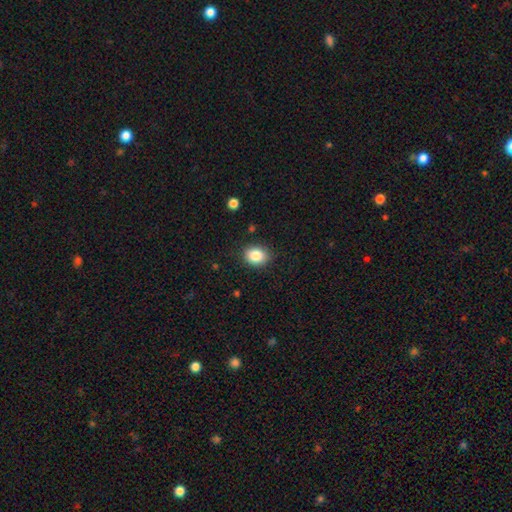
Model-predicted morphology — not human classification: smooth 85%, star or artifact 9%, featured or disk 5%. Down the decision tree: how rounded — round (52%); merging — none (86%).